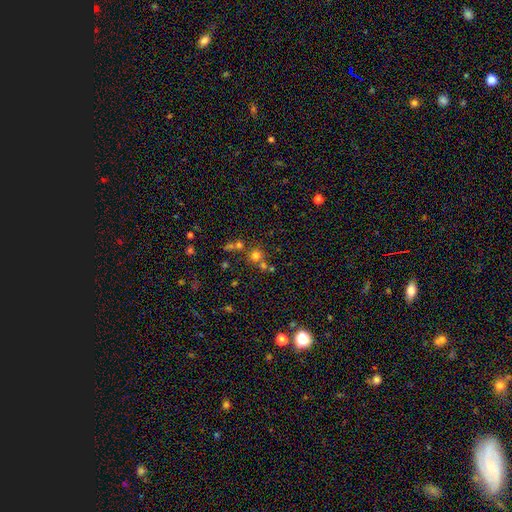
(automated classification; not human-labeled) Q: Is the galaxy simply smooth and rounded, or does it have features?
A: smooth — 67%.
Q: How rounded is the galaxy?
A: round — 91%.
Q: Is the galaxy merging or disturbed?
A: none — 64%.